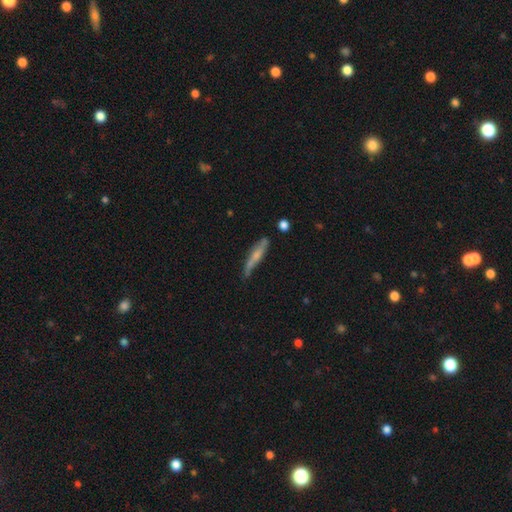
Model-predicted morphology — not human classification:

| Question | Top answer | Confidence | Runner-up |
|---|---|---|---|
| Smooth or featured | smooth | 47% | featured or disk (46%) |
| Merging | none | 64% | minor disturbance (27%) |